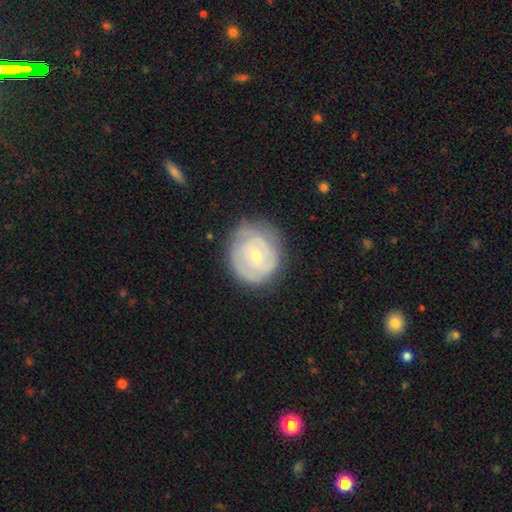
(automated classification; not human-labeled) Smooth or featured?
  - featured or disk: 63% *
  - smooth: 31%
  - star or artifact: 6%
Edge-on disk?
  - no: 97% *
  - yes: 3%
Bar?
  - no: 70% *
  - weak: 25%
  - strong: 5%
Spiral arms?
  - yes: 66% *
  - no: 34%
Bulge size?
  - small: 61% *
  - moderate: 36%
  - large: 1%
  - none: 1%
  - dominant: 1%
Merging?
  - none: 68% *
  - minor disturbance: 22%
  - major disturbance: 8%
  - merger: 1%